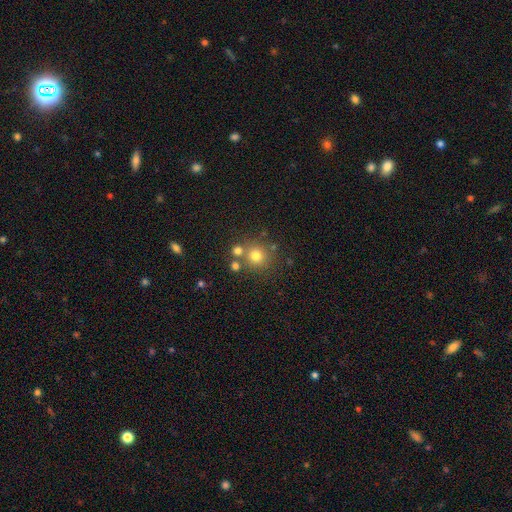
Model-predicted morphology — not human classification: A smooth galaxy with no disk features (74%) that is round (92%).

Vote fractions:
- Smooth or featured? smooth: 74% / star or artifact: 16% / featured or disk: 10%
- How rounded? round: 92% / in between: 8% / cigar-shaped: 1%
- Merging? none: 69% / merger: 19% / minor disturbance: 9% / major disturbance: 4%